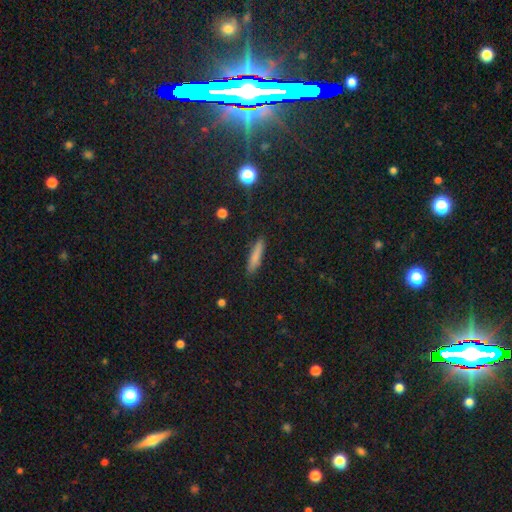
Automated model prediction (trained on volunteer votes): A smooth galaxy with no disk features (79%) that is cigar-shaped (85%).

Vote fractions:
- Smooth or featured? smooth: 79% / featured or disk: 12% / star or artifact: 9%
- How rounded? cigar-shaped: 85% / in between: 13% / round: 2%
- Merging? none: 88% / minor disturbance: 9% / major disturbance: 2% / merger: 1%